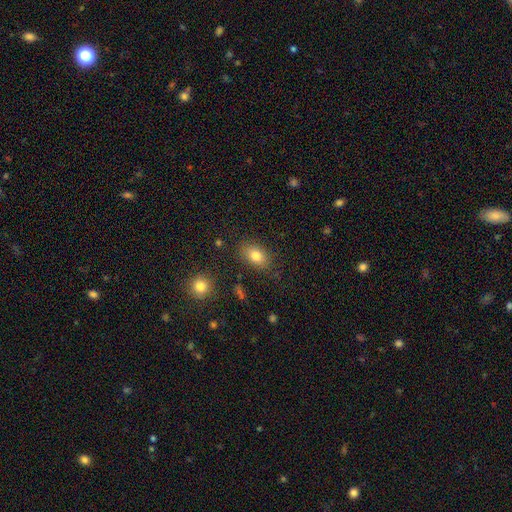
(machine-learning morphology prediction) This is clearly a smooth galaxy (81%). How rounded: clearly in between (84%). Merging: clearly none (82%).